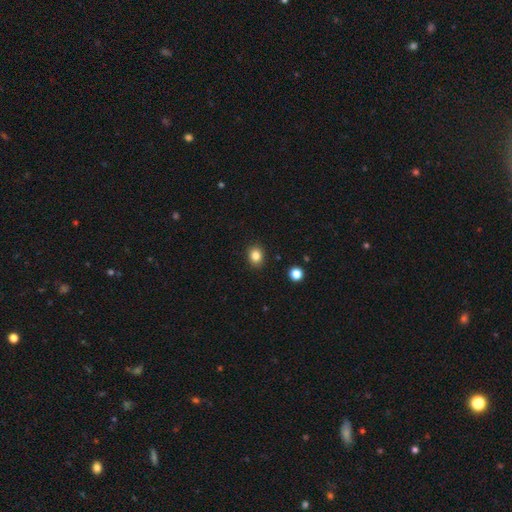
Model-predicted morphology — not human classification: Overall: smooth (84%). How rounded: round (63%; in between 36%). Merging: none (90%).